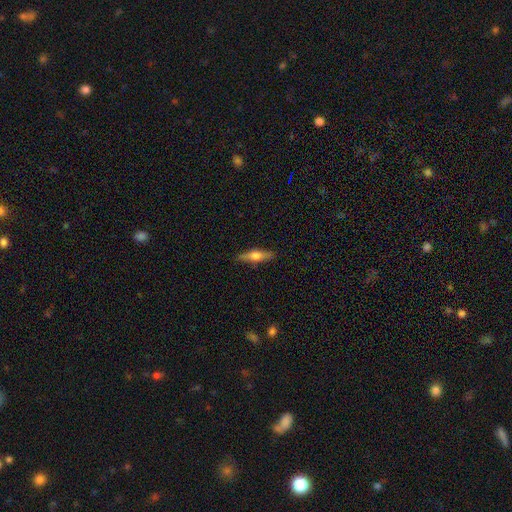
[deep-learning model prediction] Smooth or featured?
  - featured or disk: 50% *
  - smooth: 44%
  - star or artifact: 6%
Merging?
  - none: 87% *
  - minor disturbance: 10%
  - major disturbance: 2%
  - merger: 1%